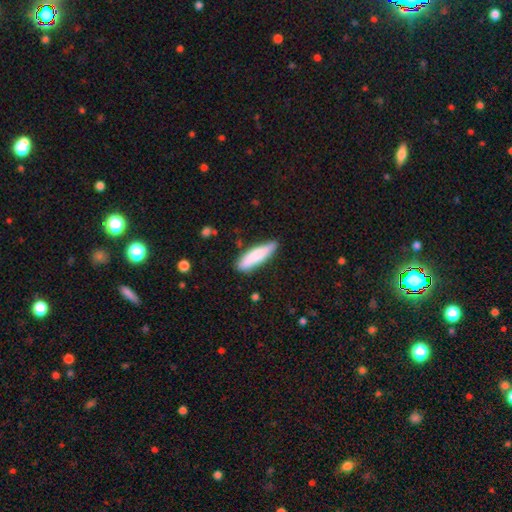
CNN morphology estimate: Smooth or featured: smooth — 79% (featured or disk — 15%)
How rounded: cigar-shaped — 67% (in between — 32%)
Merging: none — 75% (minor disturbance — 19%)